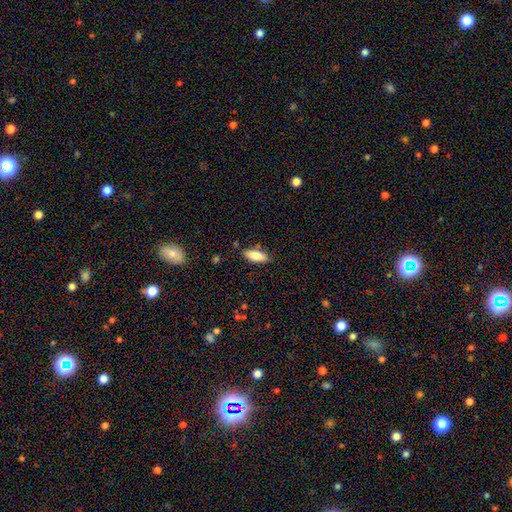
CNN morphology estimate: Smooth or featured? smooth (83%)
How rounded? in between (80%)
Merging? none (83%)